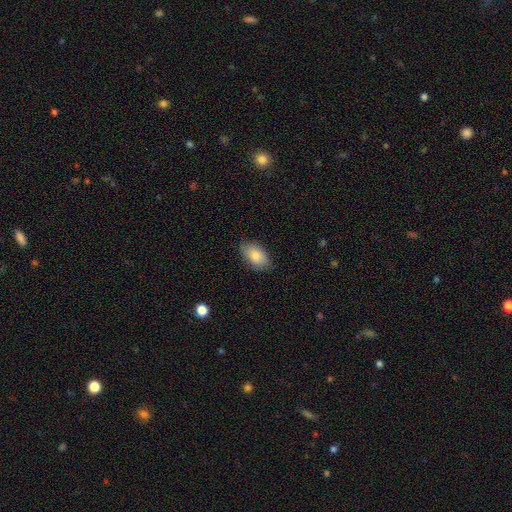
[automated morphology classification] A smooth galaxy with no disk features (82%) that is in between round and cigar-shaped (92%). Merging: none (79%).